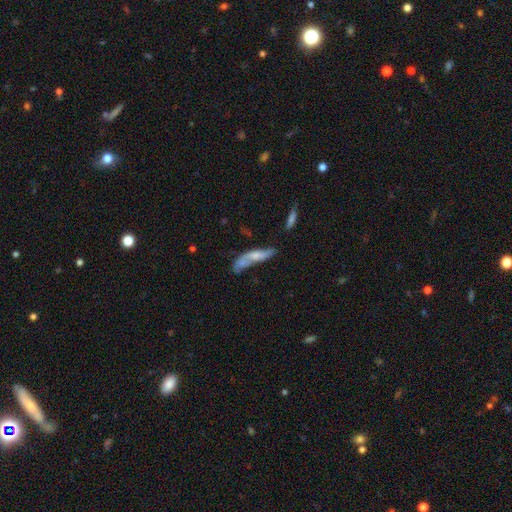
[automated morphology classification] smooth 47%, featured or disk 46%, star or artifact 7%. Down the decision tree: merging — none (35%).